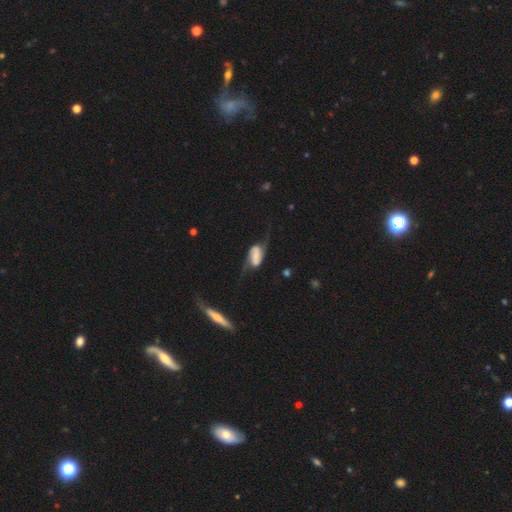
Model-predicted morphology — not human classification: This appears to be a featured or disk galaxy (68%) with a strong bar (44%), 2 (91%) loose (74%) spiral arms (89%) and no central bulge (45%). Merging: none (49%).